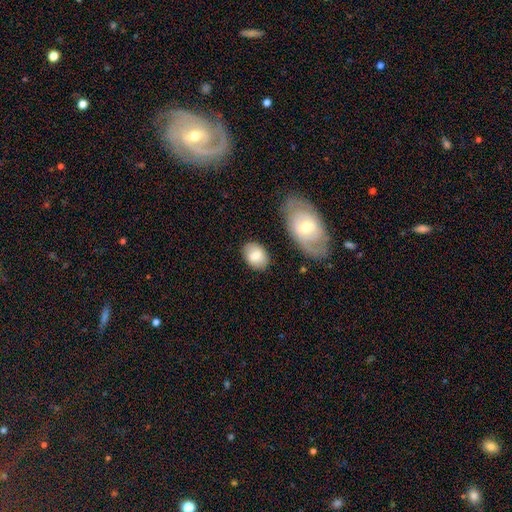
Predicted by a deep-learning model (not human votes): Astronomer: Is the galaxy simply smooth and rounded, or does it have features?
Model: smooth — 77%.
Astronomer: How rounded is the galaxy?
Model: in between — 76%.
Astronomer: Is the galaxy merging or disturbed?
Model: none — 74%.